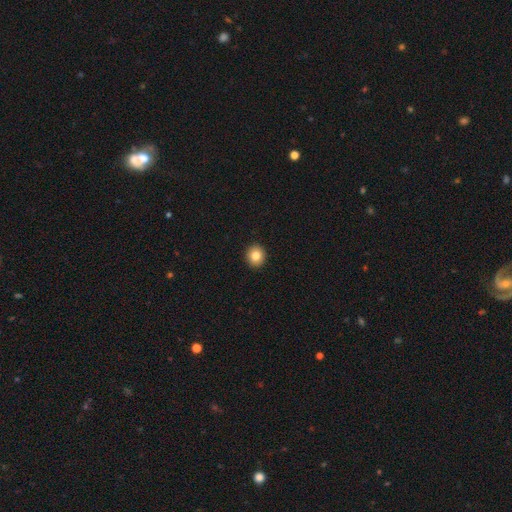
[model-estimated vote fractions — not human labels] smooth_or_featured: smooth (p=0.83) [alt: star or artifact p=0.10]
how_rounded: round (p=0.87) [alt: in between p=0.12]
merging: none (p=0.93) [alt: minor disturbance p=0.04]